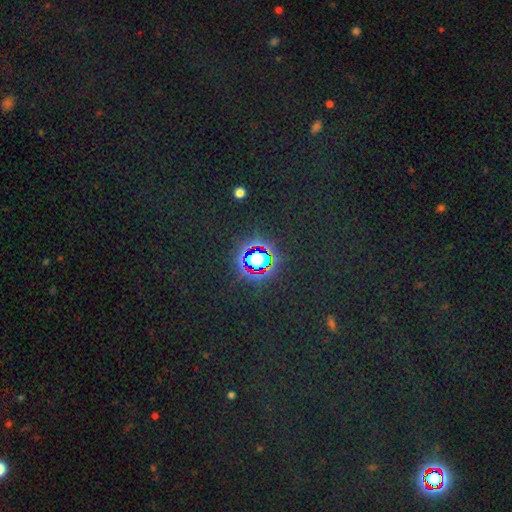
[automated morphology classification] Smooth or featured?
  - star or artifact: 73% *
  - smooth: 17%
  - featured or disk: 10%